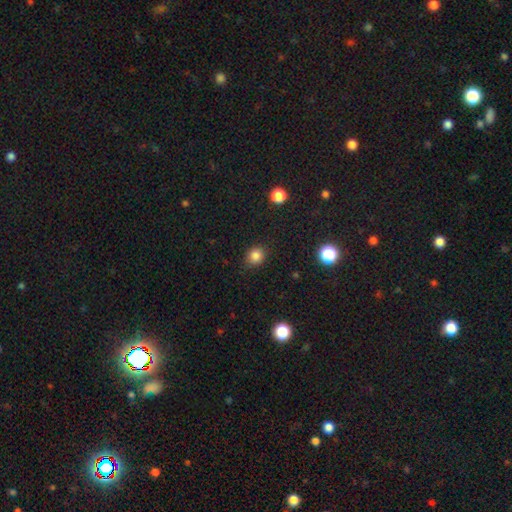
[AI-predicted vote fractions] Overall: smooth (84%). How rounded: round (75%). Merging: none (84%).